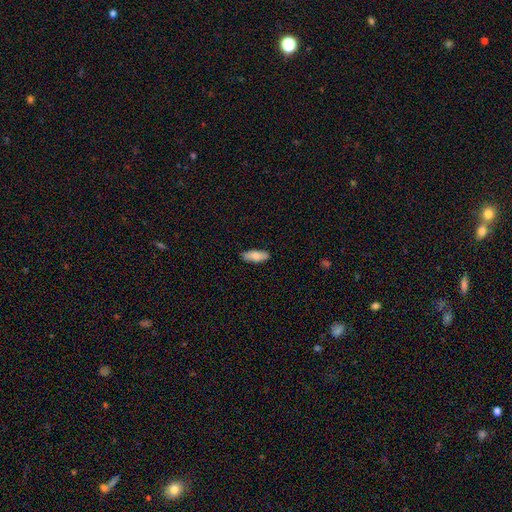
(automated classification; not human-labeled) Morphology: type=smooth (81%); roundness=in between (70%); merging=none (87%).